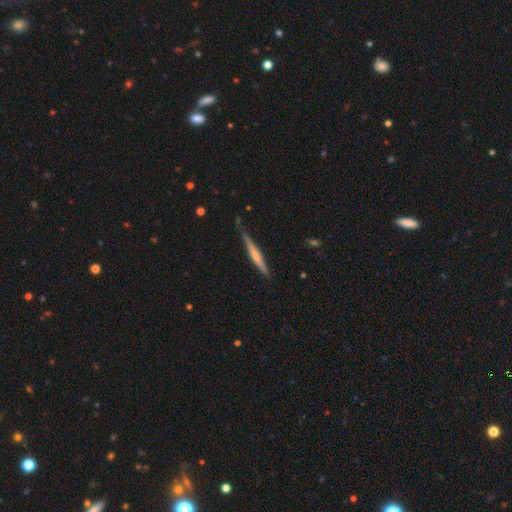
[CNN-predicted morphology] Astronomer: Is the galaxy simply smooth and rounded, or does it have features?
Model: featured or disk — 56% (runner-up: smooth, 39%).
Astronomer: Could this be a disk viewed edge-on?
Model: yes — 97%.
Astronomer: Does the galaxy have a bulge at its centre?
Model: rounded — 58%.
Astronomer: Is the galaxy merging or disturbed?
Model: none — 81%.